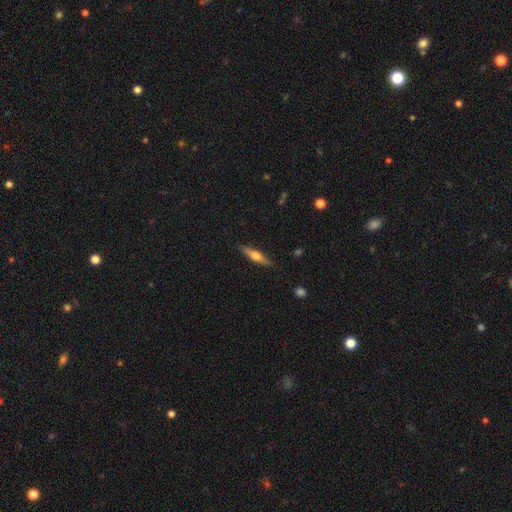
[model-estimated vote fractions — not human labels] smooth-or-featured: featured or disk: 48% | smooth: 46% | star or artifact: 6%
  merging: none: 87% | minor disturbance: 10% | major disturbance: 2% | merger: 1%